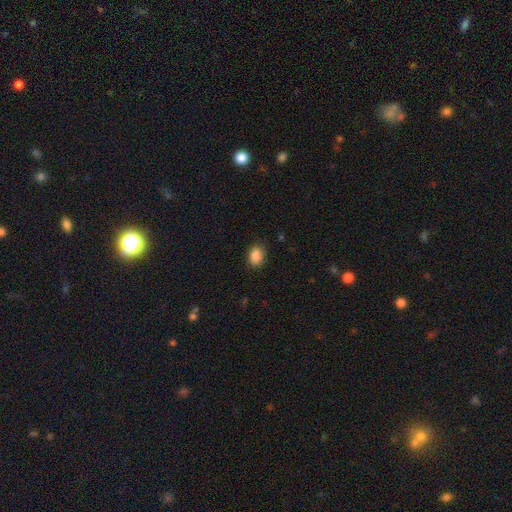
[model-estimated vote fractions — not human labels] Q: Smooth or featured?
A: smooth (86%); runner-up: star or artifact (9%)
Q: How rounded?
A: in between (66%); runner-up: round (33%)
Q: Merging?
A: none (83%); runner-up: minor disturbance (13%)